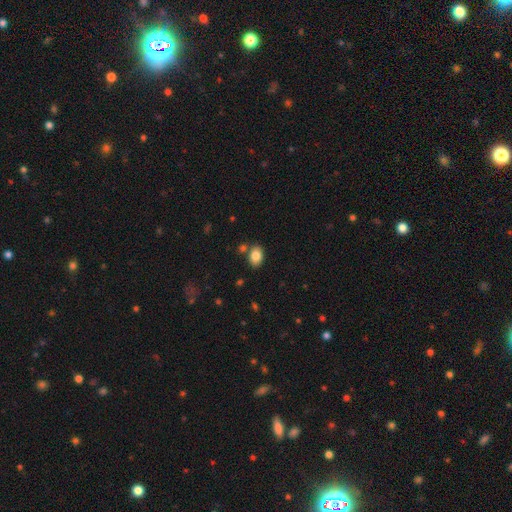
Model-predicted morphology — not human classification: Smooth or featured? smooth (84%)
How rounded? in between (81%)
Merging? none (76%)